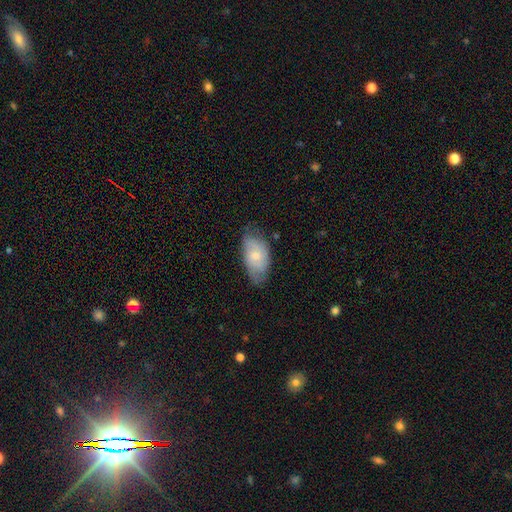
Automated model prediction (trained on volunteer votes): Smooth or featured? smooth (57%)
How rounded? in between (92%)
Merging? none (60%)